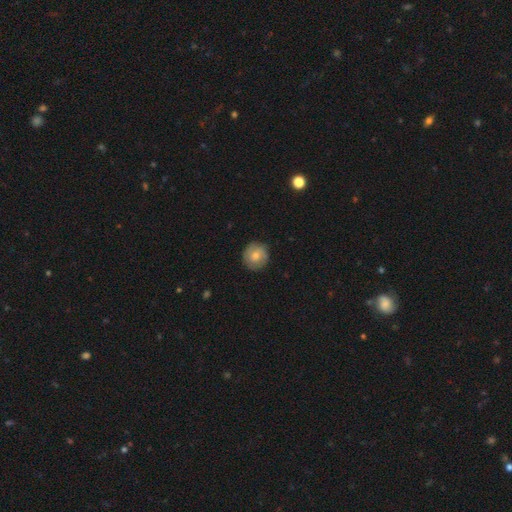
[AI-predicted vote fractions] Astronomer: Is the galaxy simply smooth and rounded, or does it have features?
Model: smooth — 67%.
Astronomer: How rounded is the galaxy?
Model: round — 90%.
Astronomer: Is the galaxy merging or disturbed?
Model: none — 84%.